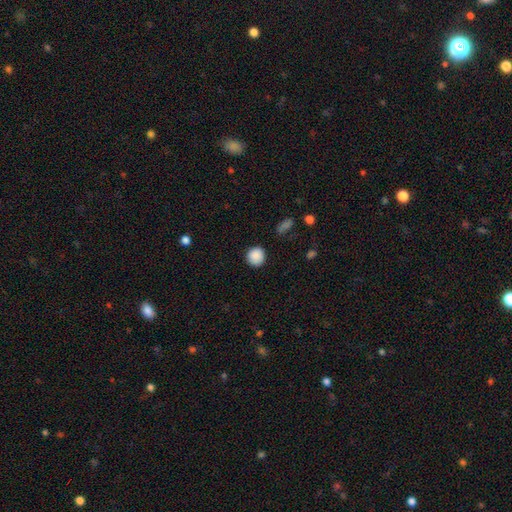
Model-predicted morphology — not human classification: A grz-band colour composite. It shows a smooth galaxy with no disk features (89%) that is round (92%). Merging: none (90%).